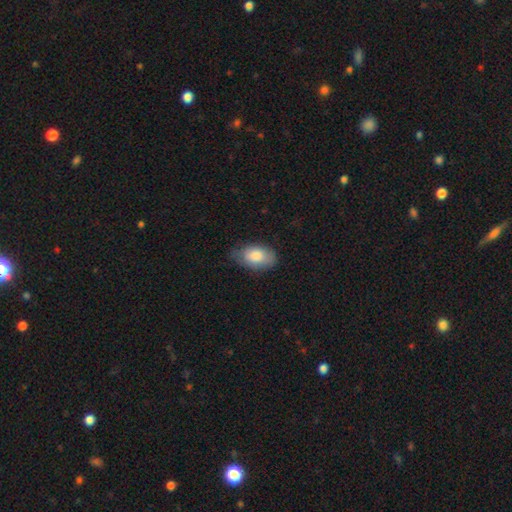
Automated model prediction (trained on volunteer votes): Smooth or featured?
  - smooth: 82% *
  - featured or disk: 11%
  - star or artifact: 6%
How rounded?
  - in between: 92% *
  - round: 6%
  - cigar-shaped: 2%
Merging?
  - none: 67% *
  - minor disturbance: 27%
  - major disturbance: 5%
  - merger: 1%